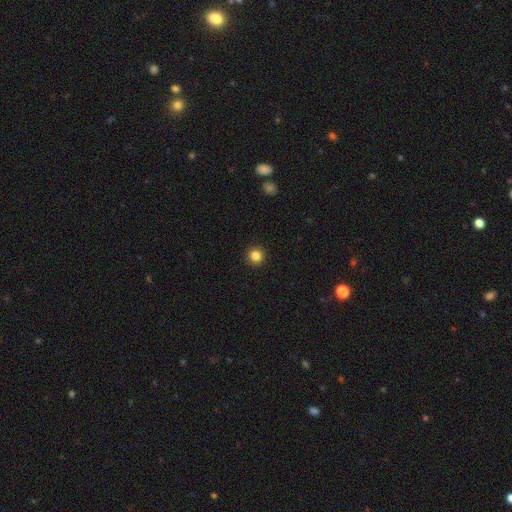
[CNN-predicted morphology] A smooth galaxy with no disk features (84%) that is round (95%).

Vote fractions:
- Smooth or featured? smooth: 84% / star or artifact: 12% / featured or disk: 4%
- How rounded? round: 95% / in between: 4% / cigar-shaped: 1%
- Merging? none: 93% / minor disturbance: 4% / major disturbance: 2% / merger: 1%